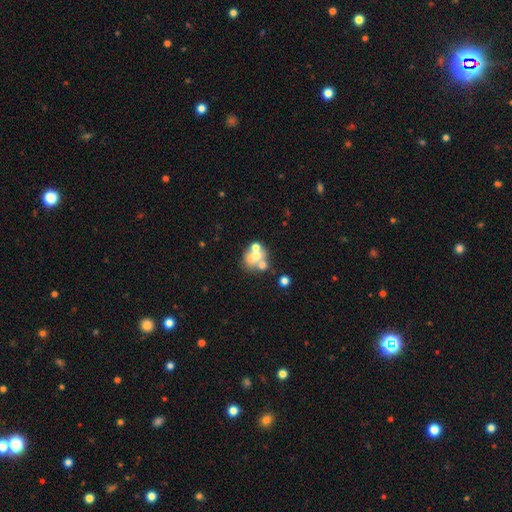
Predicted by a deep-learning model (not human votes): Smooth or featured: smooth — 49% (featured or disk — 37%)
Merging: merger — 47% (none — 35%)